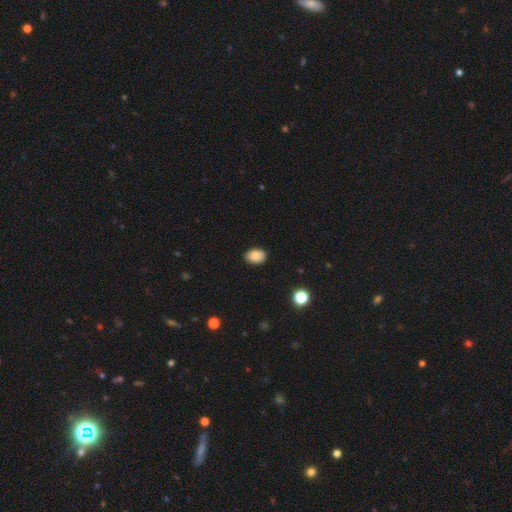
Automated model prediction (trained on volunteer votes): Morphology: type=smooth (87%); roundness=in between (77%); merging=none (86%).